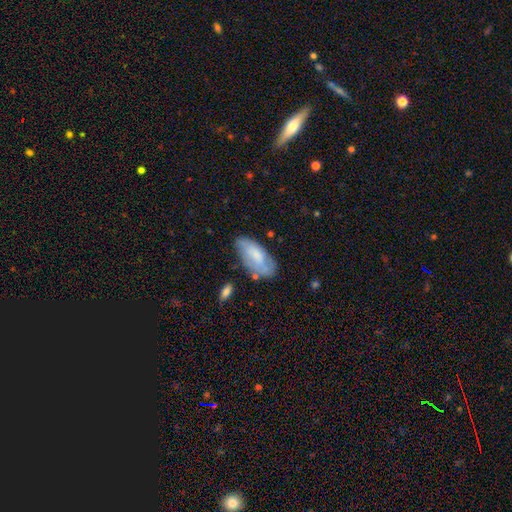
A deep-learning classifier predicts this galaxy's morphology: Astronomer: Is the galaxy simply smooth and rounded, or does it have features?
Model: smooth — 67%.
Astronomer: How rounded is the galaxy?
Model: in between — 90%.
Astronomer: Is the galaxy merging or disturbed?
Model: none — 61%.